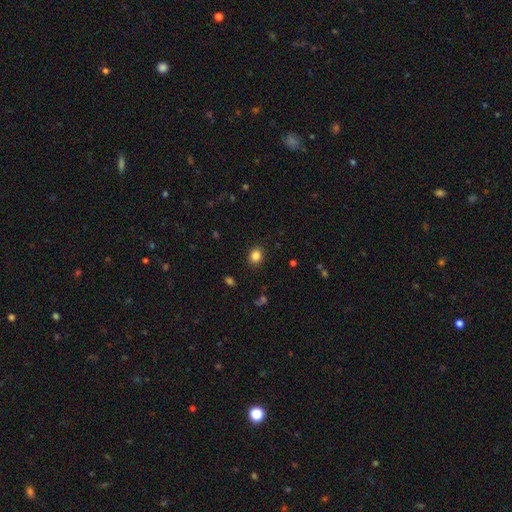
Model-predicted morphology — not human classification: smooth 85%, star or artifact 11%, featured or disk 4%. Down the decision tree: how rounded — round (58%); merging — none (89%).